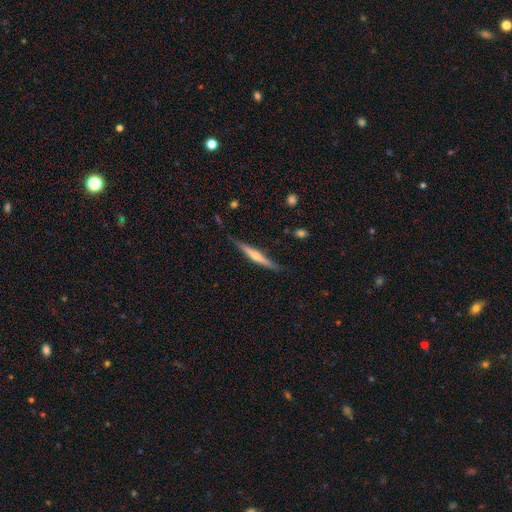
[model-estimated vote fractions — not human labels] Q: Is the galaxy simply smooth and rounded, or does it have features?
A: featured or disk — 59%.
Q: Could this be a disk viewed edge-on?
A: yes — 97%.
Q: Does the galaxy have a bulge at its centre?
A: rounded — 70%.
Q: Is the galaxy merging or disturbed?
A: none — 82%.